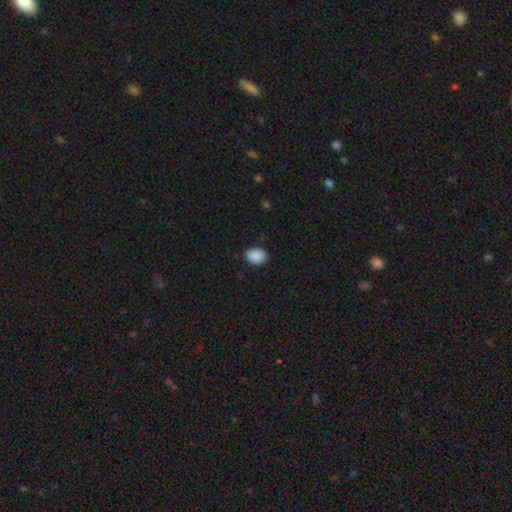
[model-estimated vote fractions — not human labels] Q: Smooth or featured?
A: smooth (90%); runner-up: star or artifact (7%)
Q: How rounded?
A: in between (71%); runner-up: round (28%)
Q: Merging?
A: none (82%); runner-up: minor disturbance (15%)